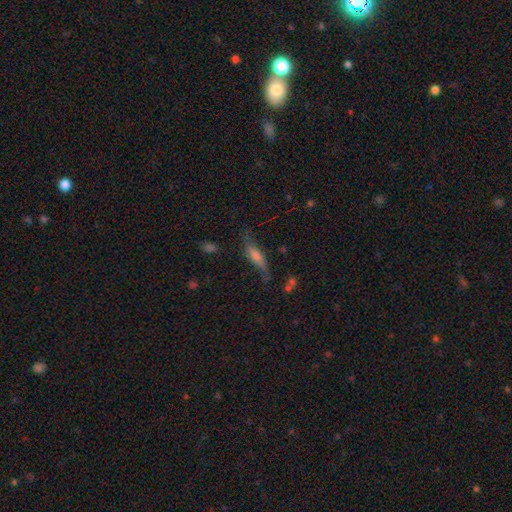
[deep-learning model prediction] Smooth or featured: featured or disk — 50% (smooth — 39%)
Merging: none — 61% (minor disturbance — 24%)